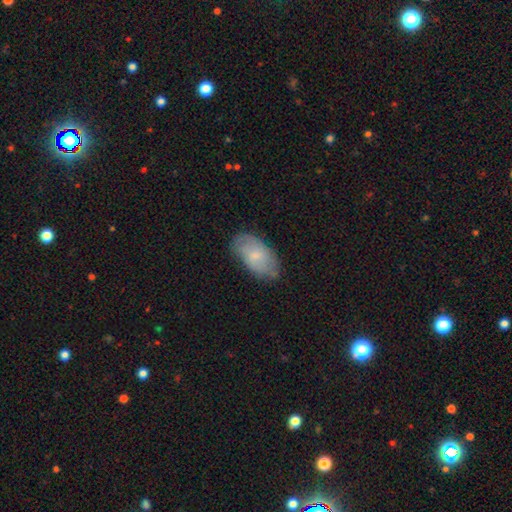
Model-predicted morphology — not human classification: Smooth or featured?
  - smooth: 61% *
  - featured or disk: 32%
  - star or artifact: 7%
How rounded?
  - in between: 94% *
  - round: 3%
  - cigar-shaped: 3%
Merging?
  - none: 70% *
  - minor disturbance: 24%
  - major disturbance: 5%
  - merger: 1%